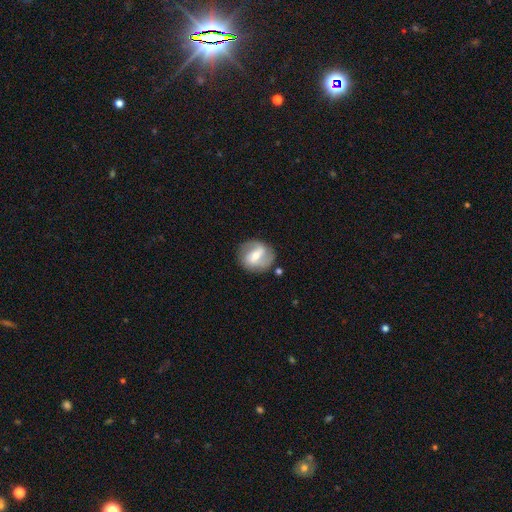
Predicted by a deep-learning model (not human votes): A featured or disk galaxy (66%) with a weak bar (42%), spiral arms (78%) and a moderate central bulge (57%). Merging: none (77%).